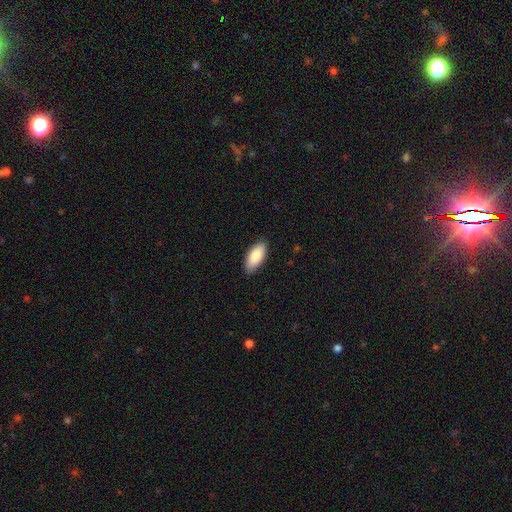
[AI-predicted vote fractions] This appears to be a smooth galaxy with no disk features (86%) that is in between round and cigar-shaped (89%). Merging: none (86%).